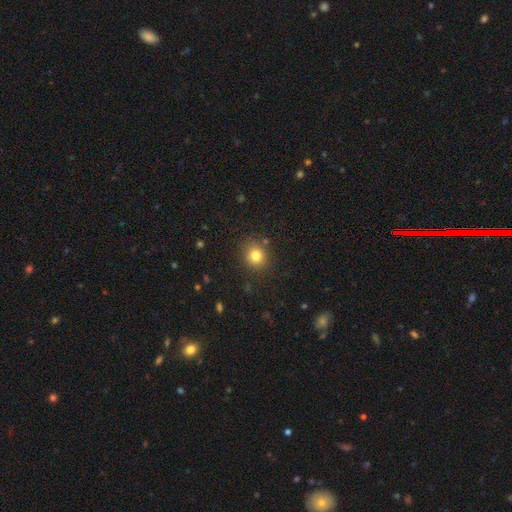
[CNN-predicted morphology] Overall: smooth (79%). How rounded: round (85%). Merging: none (86%).